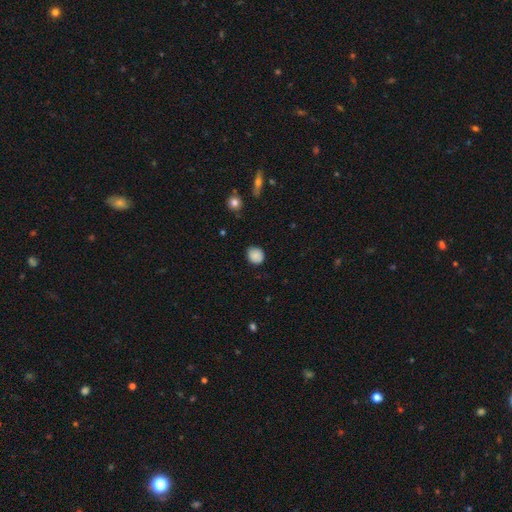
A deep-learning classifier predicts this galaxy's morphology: type=smooth (86%); roundness=round (74%); merging=none (83%).